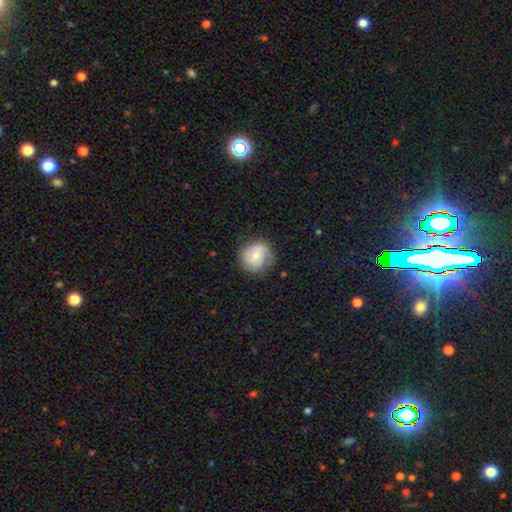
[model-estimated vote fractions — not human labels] A featured or disk galaxy (47%). Merging: none (67%).